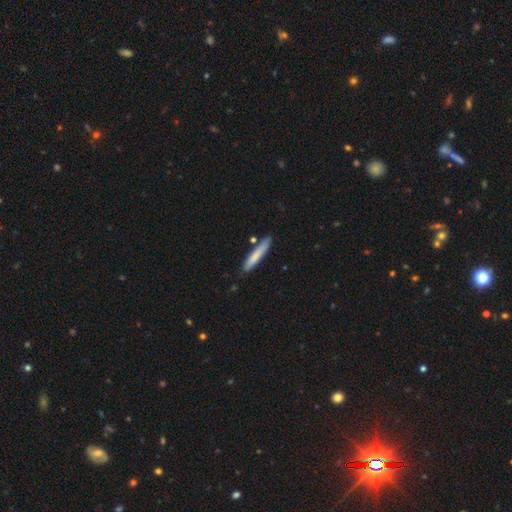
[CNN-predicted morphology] Smooth or featured: smooth — 76% (featured or disk — 18%)
How rounded: cigar-shaped — 92% (in between — 7%)
Merging: none — 80% (minor disturbance — 13%)